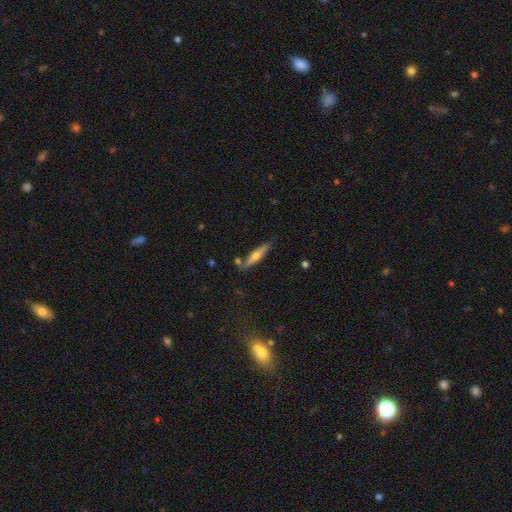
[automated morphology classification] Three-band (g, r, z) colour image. It shows a smooth galaxy with no disk features (52%) that is cigar-shaped (85%). Merging: none (78%).